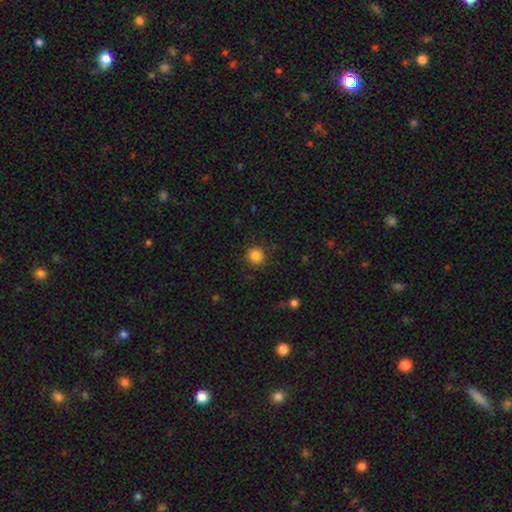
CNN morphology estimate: smooth_or_featured: smooth (p=0.85) [alt: star or artifact p=0.11]
how_rounded: round (p=0.93) [alt: in between p=0.06]
merging: none (p=0.89) [alt: minor disturbance p=0.07]